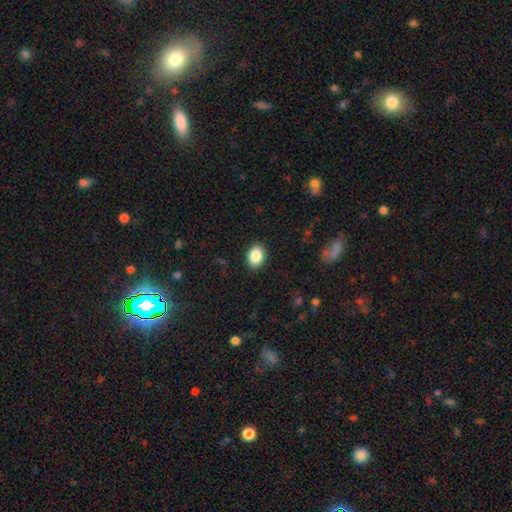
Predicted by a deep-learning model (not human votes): The model was most divided on "how rounded": in between: 72%, round: 27%, cigar-shaped: 1%. More confident: merging — none (90%); smooth or featured — smooth (87%).